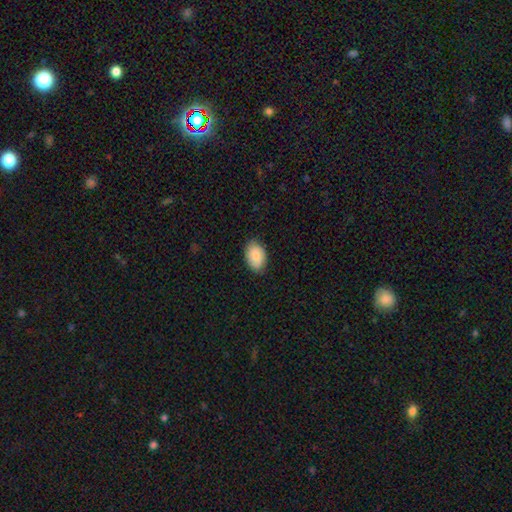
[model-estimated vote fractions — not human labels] Smooth or featured? Predicted: smooth (p=0.84). How rounded? Predicted: in between (p=0.87). Merging? Predicted: none (p=0.81).